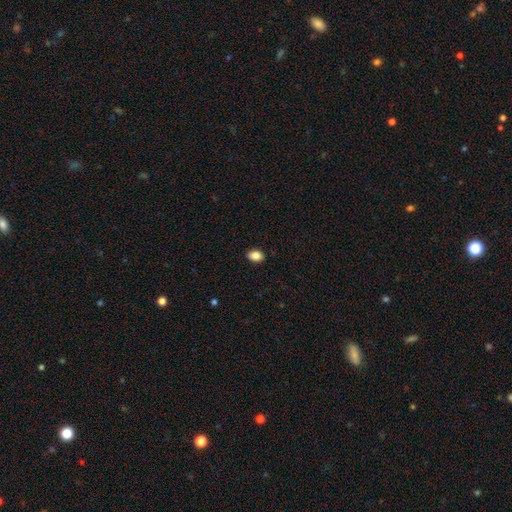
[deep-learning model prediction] Smooth or featured: smooth — 86% (star or artifact — 8%)
How rounded: in between — 79% (round — 20%)
Merging: none — 89% (minor disturbance — 8%)